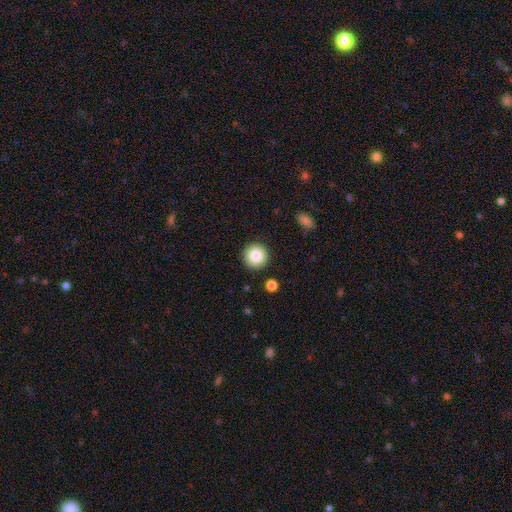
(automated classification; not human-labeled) Q: Smooth or featured?
A: smooth (86%); runner-up: star or artifact (9%)
Q: How rounded?
A: round (95%); runner-up: in between (4%)
Q: Merging?
A: none (91%); runner-up: minor disturbance (6%)